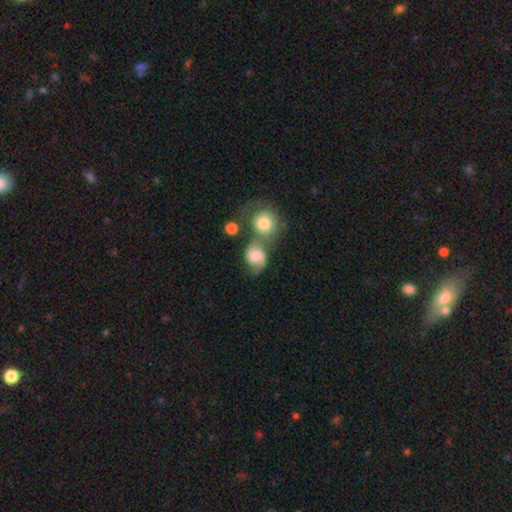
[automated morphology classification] smooth-or-featured: featured or disk: 50% | smooth: 42% | star or artifact: 8%
  disk-edge-on: no: 97% | yes: 3%
  merging: merger: 43% | none: 32% | minor disturbance: 14% | major disturbance: 11%